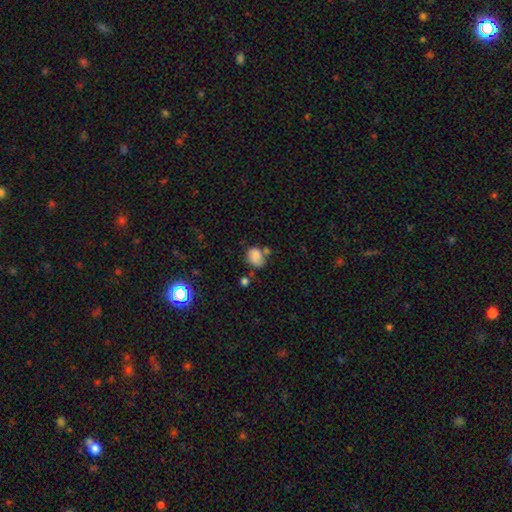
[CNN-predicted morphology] Smooth or featured? Predicted: smooth (p=0.80). How rounded? Predicted: in between (p=0.53). Merging? Predicted: none (p=0.47).